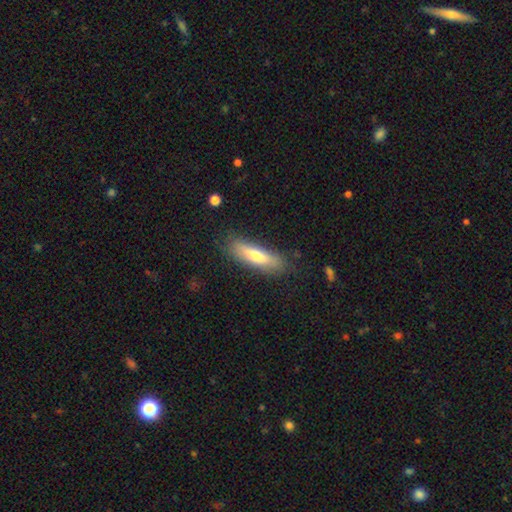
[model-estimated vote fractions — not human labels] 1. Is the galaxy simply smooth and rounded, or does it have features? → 69% smooth, 25% featured or disk, 6% star or artifact.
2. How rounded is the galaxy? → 65% cigar-shaped, 34% in between, 2% round.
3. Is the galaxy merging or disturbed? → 82% none, 13% minor disturbance, 4% major disturbance, 2% merger.